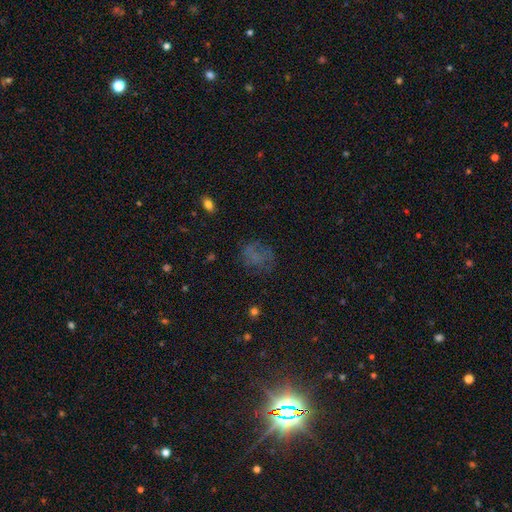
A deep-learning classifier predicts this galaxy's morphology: Overall: smooth (48%; star or artifact 26%). Merging: none (58%; minor disturbance 21%).